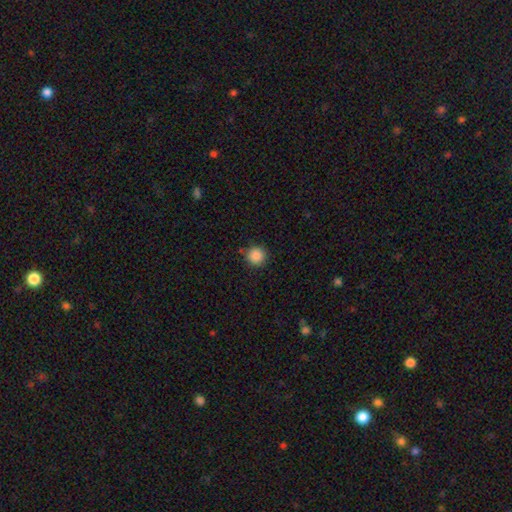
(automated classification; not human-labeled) Q: Smooth or featured?
A: smooth (87%); runner-up: star or artifact (10%)
Q: How rounded?
A: round (95%); runner-up: in between (4%)
Q: Merging?
A: none (88%); runner-up: minor disturbance (8%)